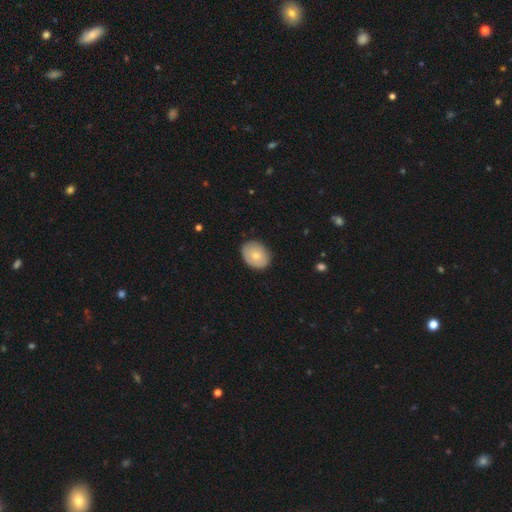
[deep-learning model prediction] Overall: smooth (73%). How rounded: in between (59%; round 40%). Merging: none (83%).